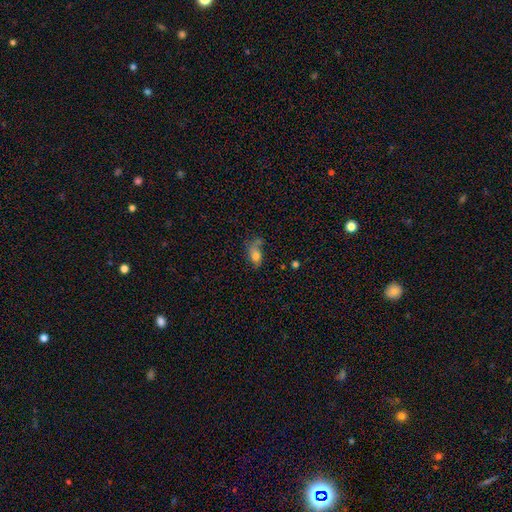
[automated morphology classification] Smooth or featured?
  - smooth: 73% *
  - featured or disk: 16%
  - star or artifact: 10%
How rounded?
  - in between: 79% *
  - round: 15%
  - cigar-shaped: 6%
Merging?
  - none: 39% *
  - minor disturbance: 28%
  - merger: 17%
  - major disturbance: 16%